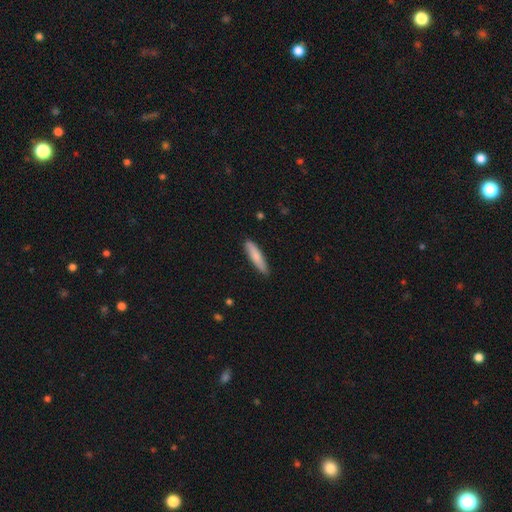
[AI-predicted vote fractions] This appears to be a smooth galaxy with no disk features (78%) that is cigar-shaped (85%). Merging: none (86%).